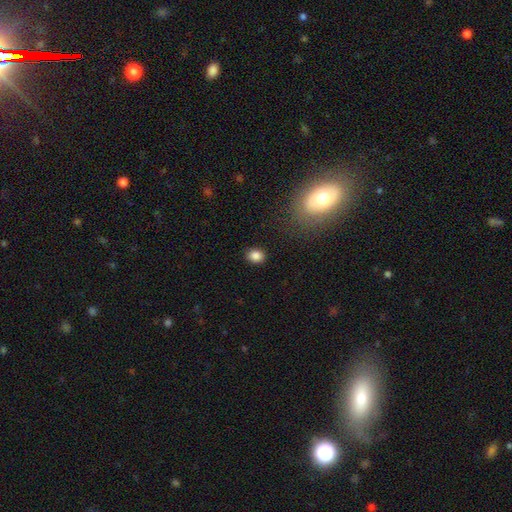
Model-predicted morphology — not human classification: type=smooth (86%); roundness=round (54%); merging=none (88%).